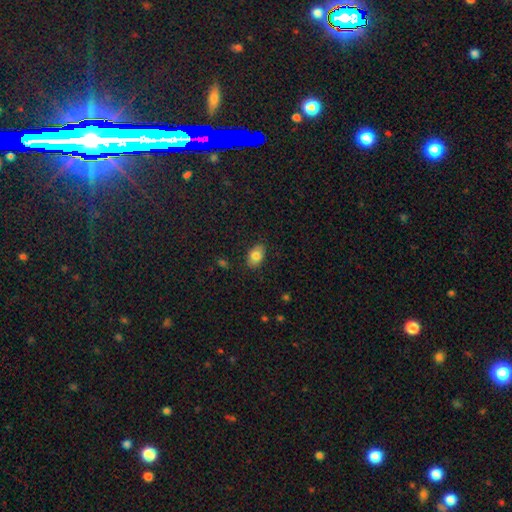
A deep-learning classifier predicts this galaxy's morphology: Smooth or featured? Predicted: smooth (p=0.83). How rounded? Predicted: in between (p=0.87). Merging? Predicted: none (p=0.85).